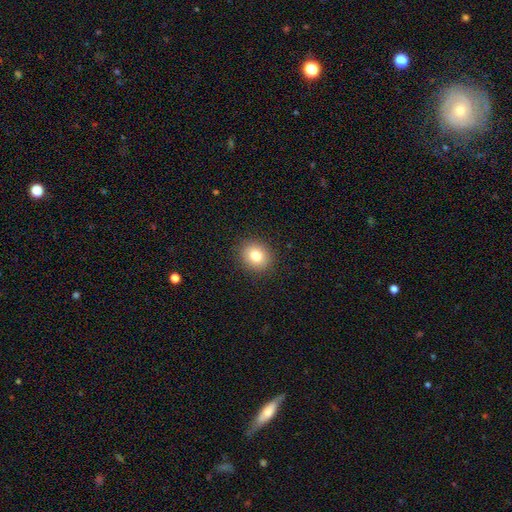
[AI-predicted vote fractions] A smooth galaxy with no disk features (81%) that is round (72%). Merging: none (90%).